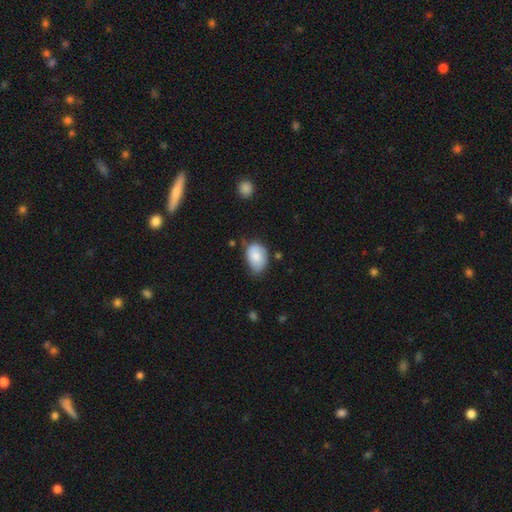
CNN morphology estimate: A smooth galaxy with no disk features (78%) that is in between round and cigar-shaped (85%).

Vote fractions:
- Smooth or featured? smooth: 78% / featured or disk: 15% / star or artifact: 7%
- How rounded? in between: 85% / round: 14% / cigar-shaped: 1%
- Merging? none: 55% / minor disturbance: 35% / major disturbance: 7% / merger: 3%